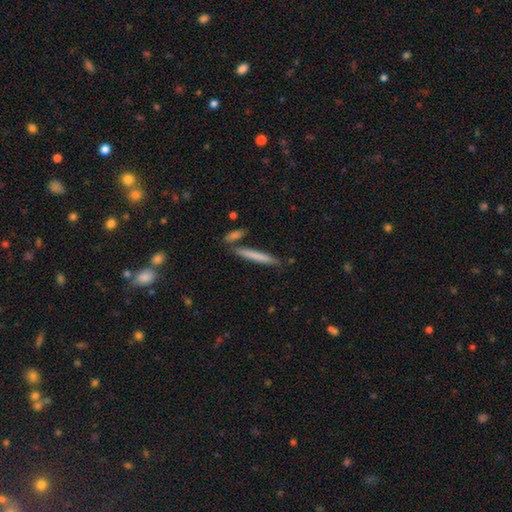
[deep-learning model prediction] The model was most divided on "smooth or featured": smooth: 71%, featured or disk: 23%, star or artifact: 6%. More confident: how rounded — cigar-shaped (95%); merging — none (81%).